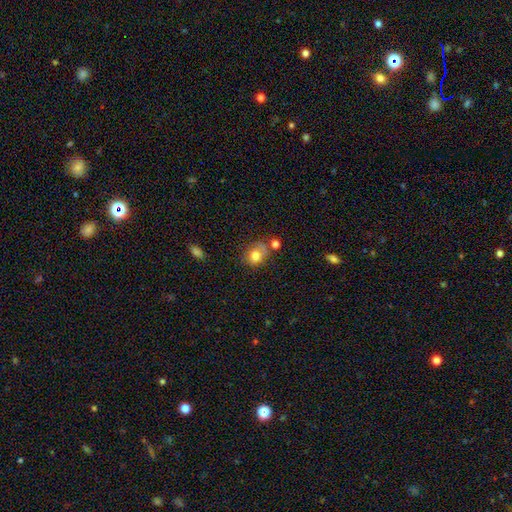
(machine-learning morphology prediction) The model was most divided on "how rounded": round: 56%, in between: 43%, cigar-shaped: 1%. More confident: smooth or featured — smooth (77%); merging — none (51%).